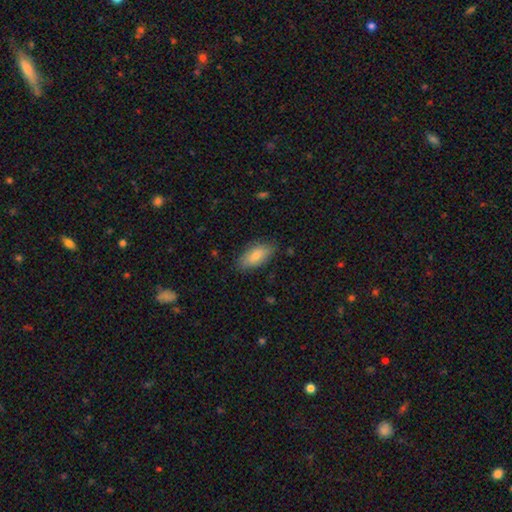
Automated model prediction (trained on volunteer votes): smooth 76%, featured or disk 17%, star or artifact 6%. Down the decision tree: how rounded — in between (87%); merging — none (79%).